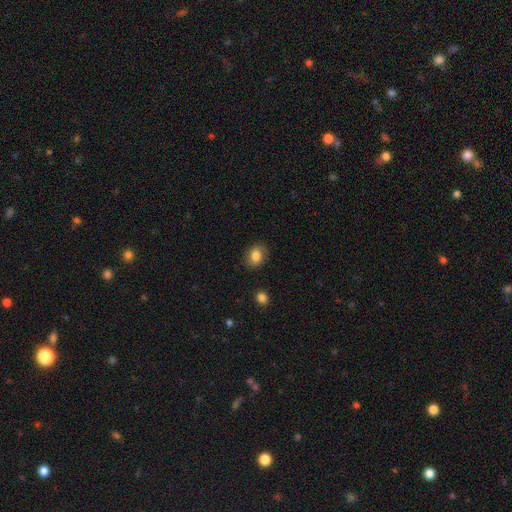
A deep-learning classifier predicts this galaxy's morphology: This appears to be a smooth galaxy with no disk features (81%) that is in between round and cigar-shaped (54%). Merging: none (84%).